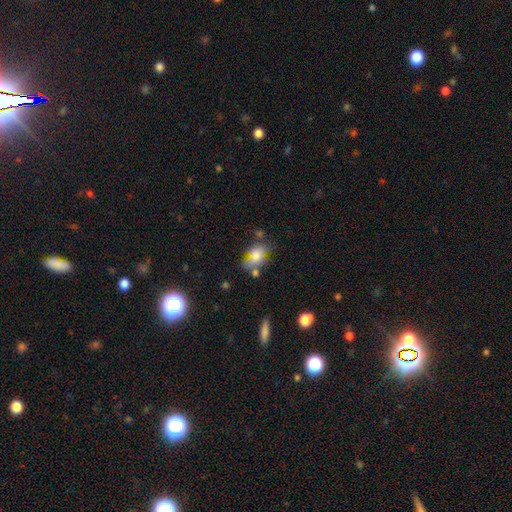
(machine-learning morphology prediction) A smooth galaxy with no disk features (63%) that is in between round and cigar-shaped (75%). Merging: none (42%).